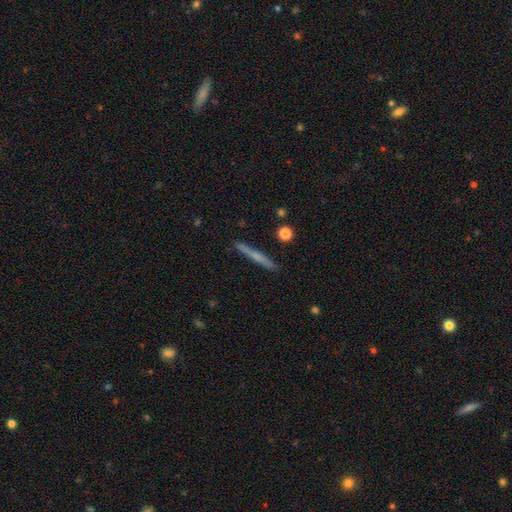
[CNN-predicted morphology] type=featured or disk (50%); merging=none (90%).